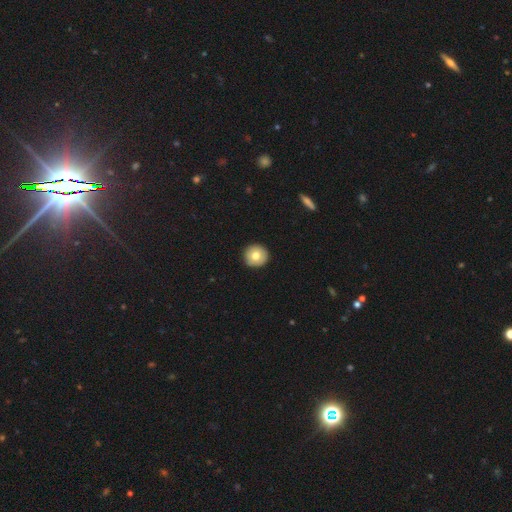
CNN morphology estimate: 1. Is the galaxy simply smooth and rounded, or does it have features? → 75% smooth, 17% featured or disk, 8% star or artifact.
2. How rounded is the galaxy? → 95% round, 4% in between, 1% cigar-shaped.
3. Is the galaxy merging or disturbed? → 91% none, 6% minor disturbance, 2% major disturbance, 1% merger.